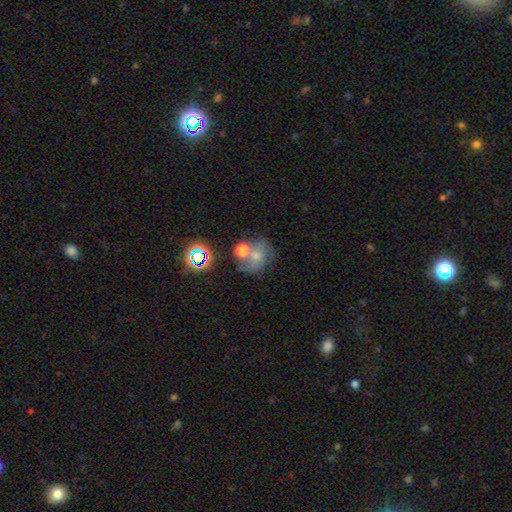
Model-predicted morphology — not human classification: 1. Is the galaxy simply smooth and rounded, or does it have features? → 58% smooth, 22% featured or disk, 20% star or artifact.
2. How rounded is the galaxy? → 65% round, 34% in between, 1% cigar-shaped.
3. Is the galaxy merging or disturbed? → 43% none, 32% merger, 16% minor disturbance, 9% major disturbance.